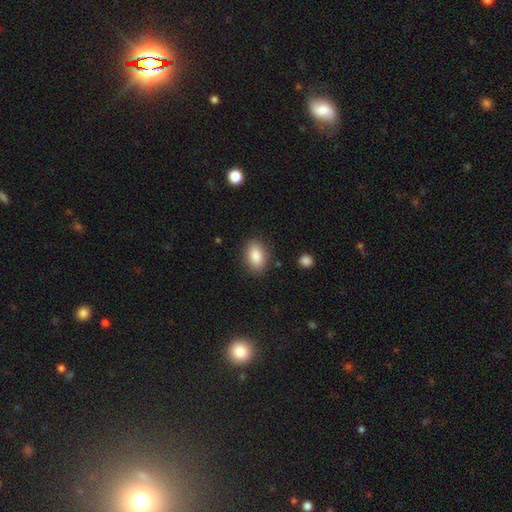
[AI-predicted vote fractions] smooth 86%, star or artifact 7%, featured or disk 6%. Down the decision tree: how rounded — in between (87%); merging — none (85%).